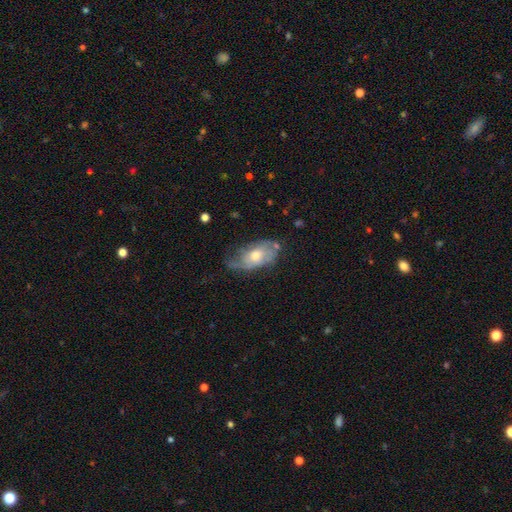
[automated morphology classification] A featured or disk galaxy (63%) with no bar (78%), spiral arms (75%) and a moderate central bulge (67%). Merging: none (50%).